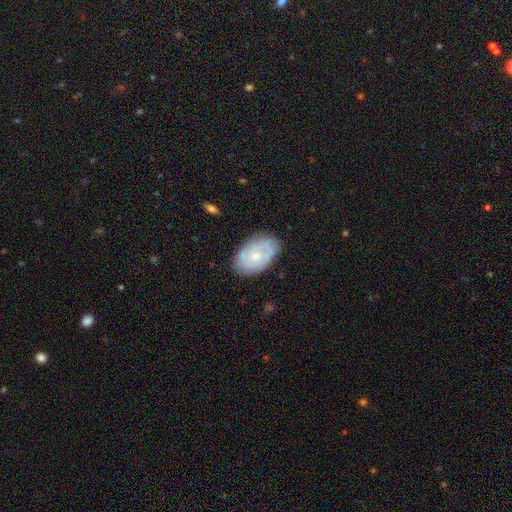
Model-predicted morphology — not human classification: type=featured or disk (54%); edge-on=no (95%); bar=no (78%); spiral arms=yes (64%); bulge=small (58%); merging=none (78%).